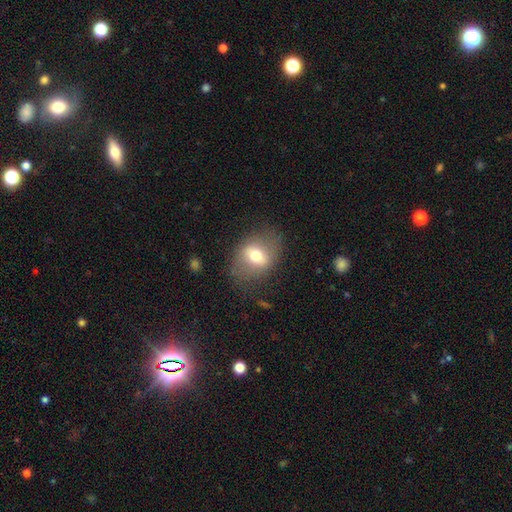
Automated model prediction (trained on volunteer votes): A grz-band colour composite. It shows a smooth galaxy with no disk features (53%) that is in between round and cigar-shaped (62%). Merging: none (74%).